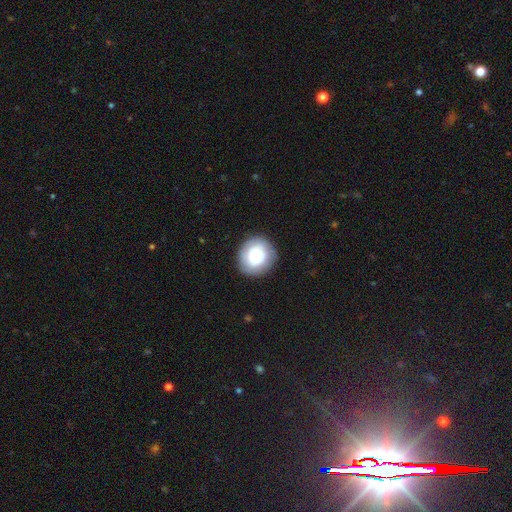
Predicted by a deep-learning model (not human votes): A smooth galaxy with no disk features (70%) that is round (86%).

Vote fractions:
- Smooth or featured? smooth: 70% / featured or disk: 22% / star or artifact: 8%
- How rounded? round: 86% / in between: 13% / cigar-shaped: 1%
- Merging? none: 84% / minor disturbance: 11% / major disturbance: 4% / merger: 1%